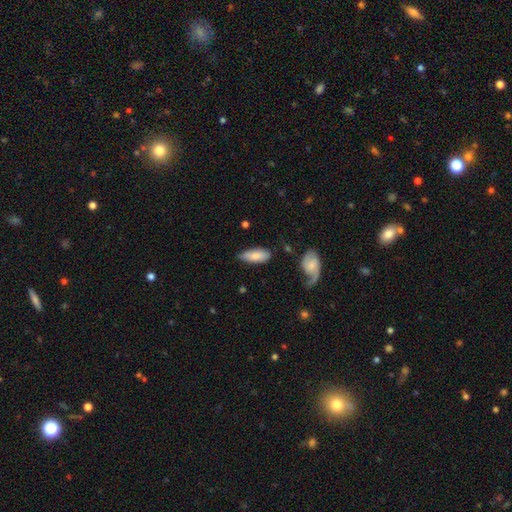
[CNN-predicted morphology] This appears to be a smooth galaxy with no disk features (79%) that is in between round and cigar-shaped (82%). Merging: none (63%).